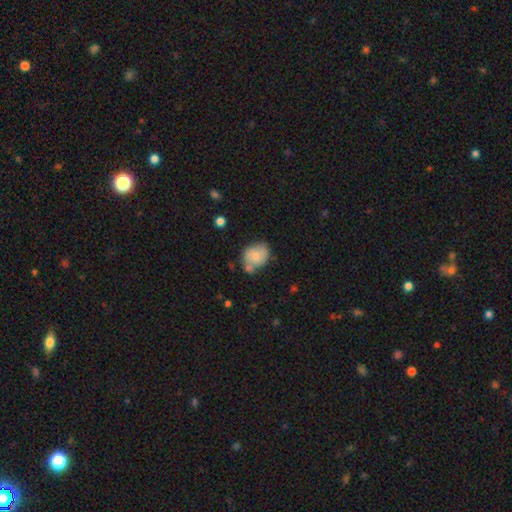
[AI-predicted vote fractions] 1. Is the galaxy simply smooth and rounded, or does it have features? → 60% smooth, 32% featured or disk, 8% star or artifact.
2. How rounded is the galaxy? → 53% round, 46% in between, 1% cigar-shaped.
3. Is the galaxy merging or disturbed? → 50% none, 25% minor disturbance, 17% merger, 8% major disturbance.